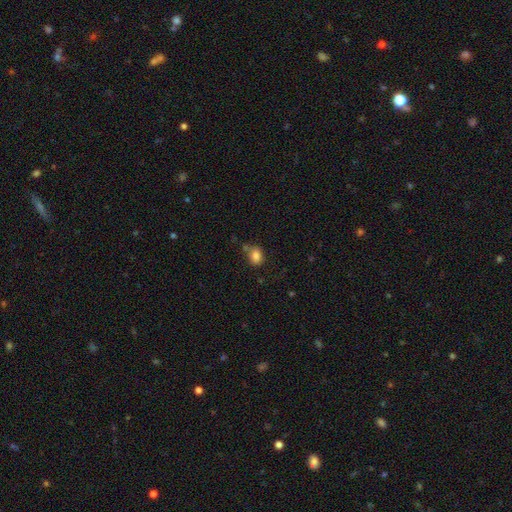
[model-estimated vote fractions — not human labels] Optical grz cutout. It shows a smooth galaxy with no disk features (83%) that is in between round and cigar-shaped (64%). Merging: none (61%).